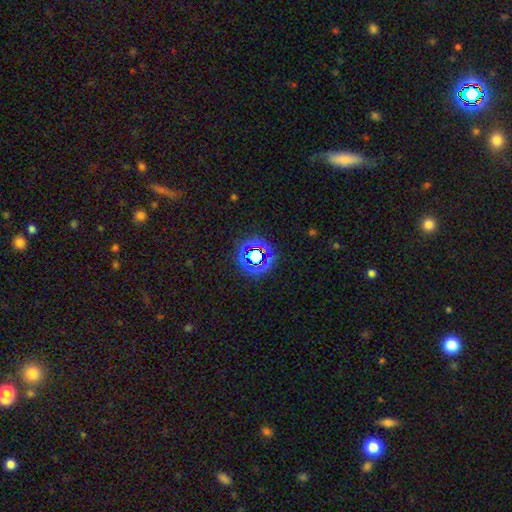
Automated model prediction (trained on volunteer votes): Smooth or featured: star or artifact — 64% (smooth — 24%)